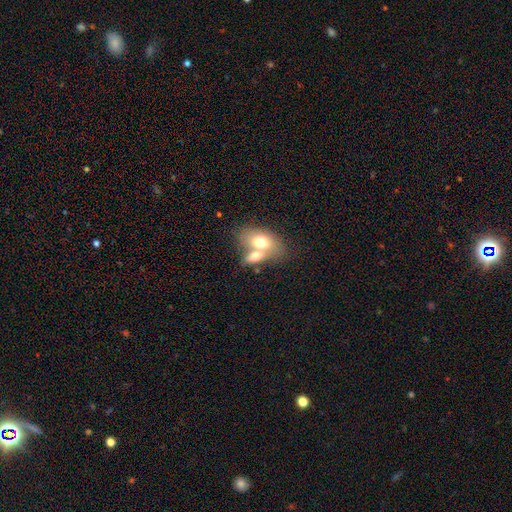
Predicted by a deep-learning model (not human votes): smooth_or_featured: smooth (p=0.68) [alt: featured or disk p=0.25]
how_rounded: in between (p=0.83) [alt: round p=0.12]
merging: merger (p=0.61) [alt: none p=0.27]